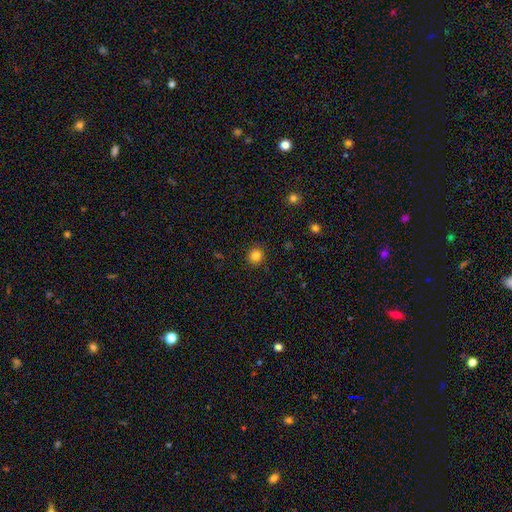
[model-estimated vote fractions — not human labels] This appears to be a smooth galaxy with no disk features (83%) that is round (89%). Merging: none (90%).